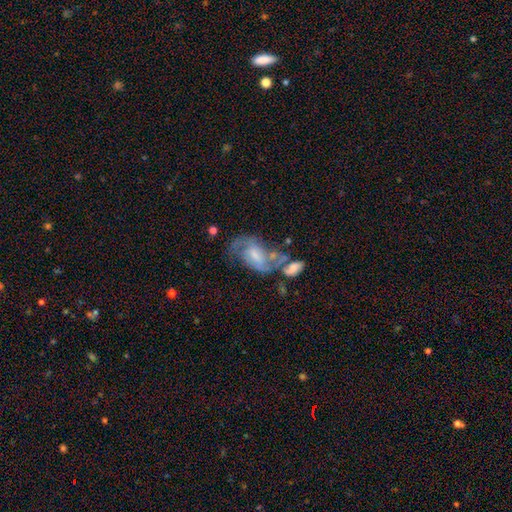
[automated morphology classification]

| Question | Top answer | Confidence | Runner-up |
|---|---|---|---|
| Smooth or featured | featured or disk | 63% | smooth (29%) |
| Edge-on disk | no | 95% | yes (5%) |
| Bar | weak | 45% | no (41%) |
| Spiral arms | yes | 76% | no (24%) |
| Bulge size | moderate | 35% | small (30%) |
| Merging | none | 30% | merger (27%) |